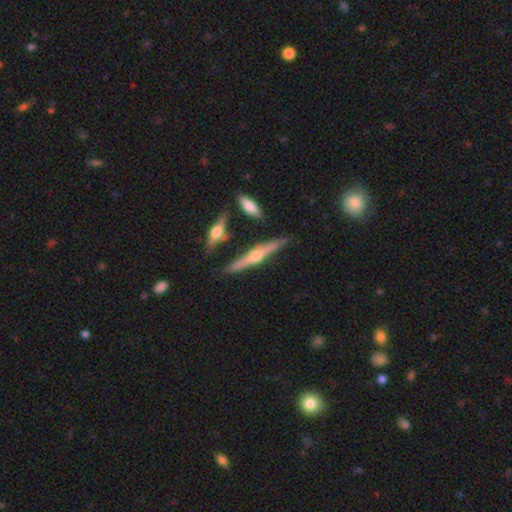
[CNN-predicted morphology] This is likely a featured or disk galaxy (75%). It is clearly viewed edge-on (96%). Edge-on bulge: clearly rounded (94%). Merging: clearly none (81%).